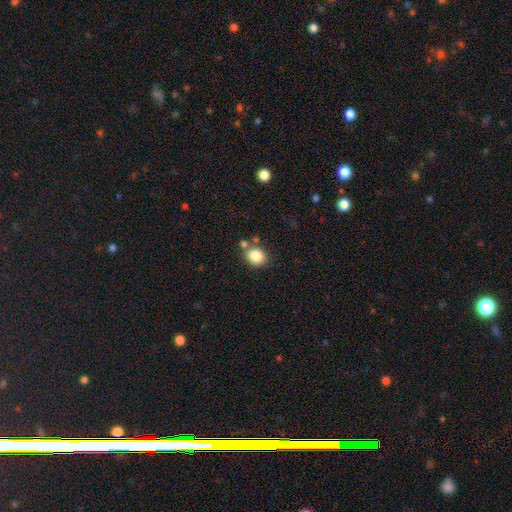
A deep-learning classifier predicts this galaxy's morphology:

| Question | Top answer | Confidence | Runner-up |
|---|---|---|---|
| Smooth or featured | smooth | 85% | star or artifact (10%) |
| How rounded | round | 65% | in between (34%) |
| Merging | none | 70% | merger (15%) |